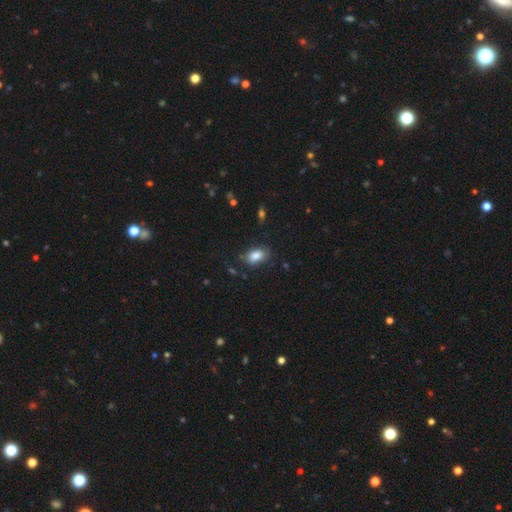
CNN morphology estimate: This appears to be a smooth galaxy with no disk features (84%) that is in between round and cigar-shaped (88%). Merging: none (77%).